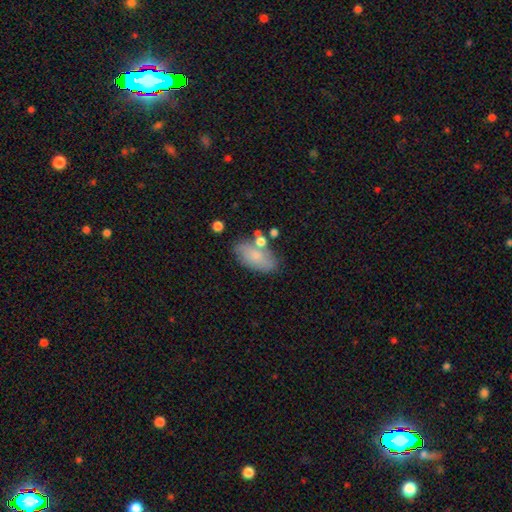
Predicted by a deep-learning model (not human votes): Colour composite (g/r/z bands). It shows a smooth galaxy with no disk features (72%) that is in between round and cigar-shaped (90%). Merging: none (63%).